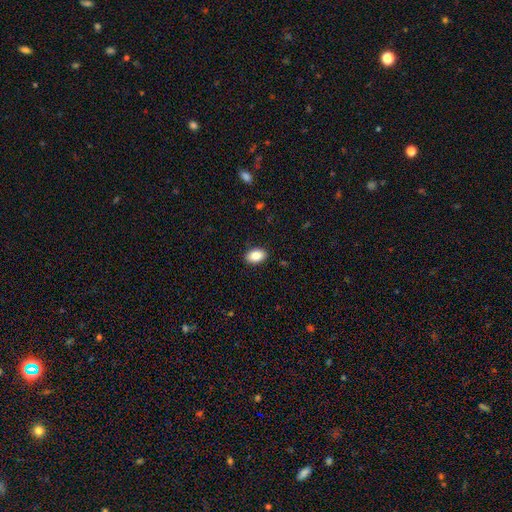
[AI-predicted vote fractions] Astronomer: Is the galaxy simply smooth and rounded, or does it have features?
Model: smooth — 86%.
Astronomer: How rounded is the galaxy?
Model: in between — 87%.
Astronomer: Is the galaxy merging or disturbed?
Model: none — 90%.